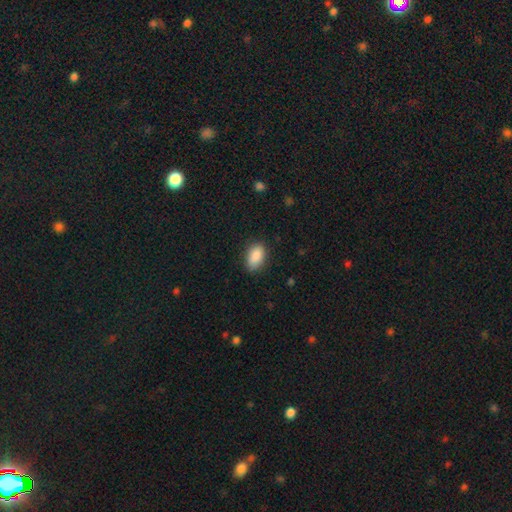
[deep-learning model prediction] The model was most divided on "merging": none: 84%, minor disturbance: 12%, major disturbance: 3%, merger: 1%. More confident: how rounded — in between (92%); smooth or featured — smooth (89%).